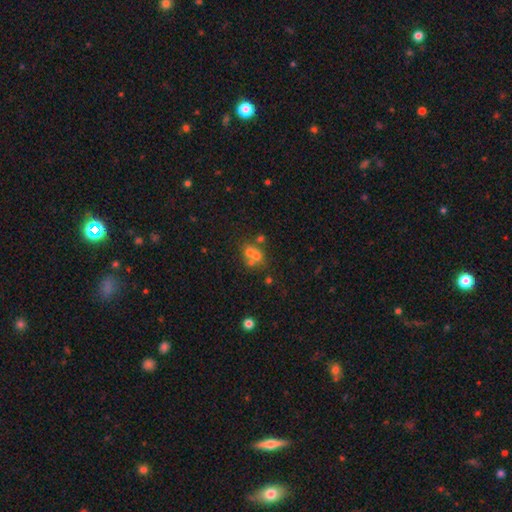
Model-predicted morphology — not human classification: Smooth or featured? Predicted: smooth (p=0.53). How rounded? Predicted: round (p=0.68). Merging? Predicted: merger (p=0.53).